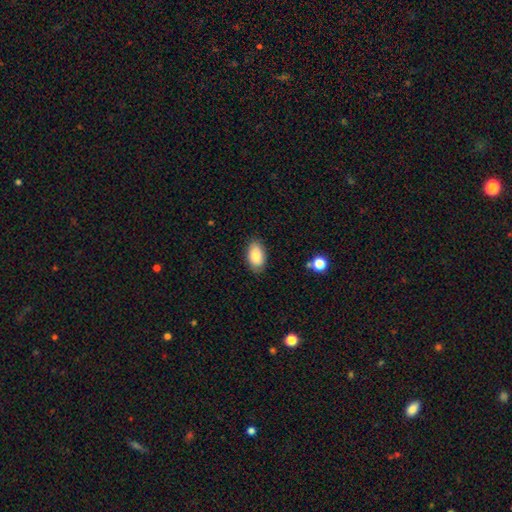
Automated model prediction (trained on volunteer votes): smooth-or-featured: smooth: 83% | featured or disk: 9% | star or artifact: 7%
  how-rounded: in between: 93% | round: 6% | cigar-shaped: 2%
  merging: none: 83% | minor disturbance: 13% | major disturbance: 3% | merger: 1%